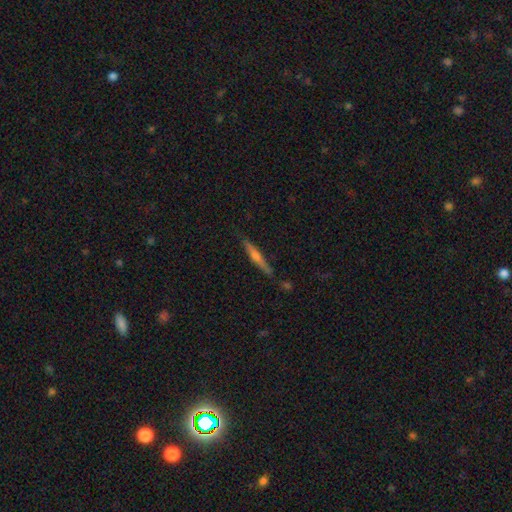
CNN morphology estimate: smooth-or-featured: featured or disk: 57% | smooth: 36% | star or artifact: 7%
  disk-edge-on: yes: 96% | no: 4%
    edge-on-bulge: rounded: 74% | none: 18% | boxy: 8%
  merging: none: 84% | minor disturbance: 11% | merger: 3% | major disturbance: 2%